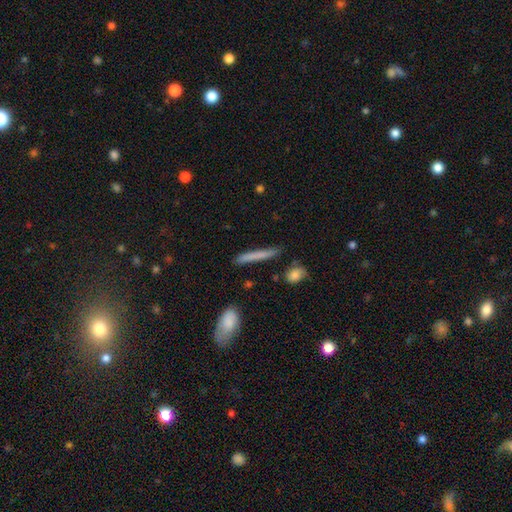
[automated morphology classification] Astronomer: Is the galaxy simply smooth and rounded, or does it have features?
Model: smooth — 69%.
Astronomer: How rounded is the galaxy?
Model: cigar-shaped — 94%.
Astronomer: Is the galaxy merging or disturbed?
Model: none — 84%.